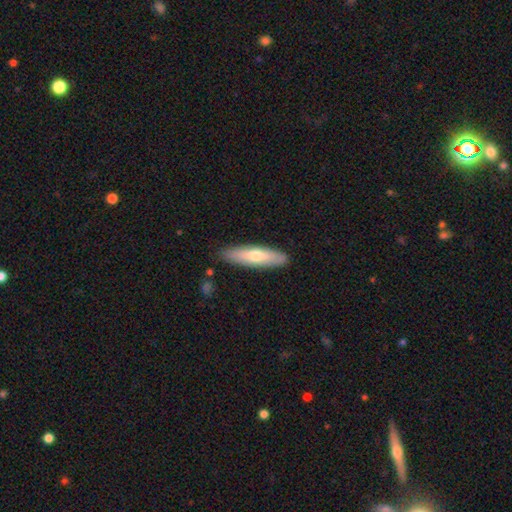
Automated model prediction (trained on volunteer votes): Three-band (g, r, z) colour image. It shows a smooth galaxy with no disk features (61%) that is cigar-shaped (73%). Merging: none (87%).